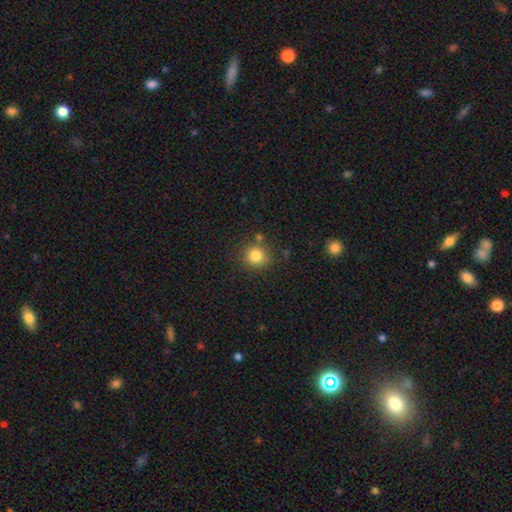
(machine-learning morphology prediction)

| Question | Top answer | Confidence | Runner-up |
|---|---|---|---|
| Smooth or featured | smooth | 82% | star or artifact (12%) |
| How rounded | round | 89% | in between (10%) |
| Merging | none | 79% | minor disturbance (11%) |